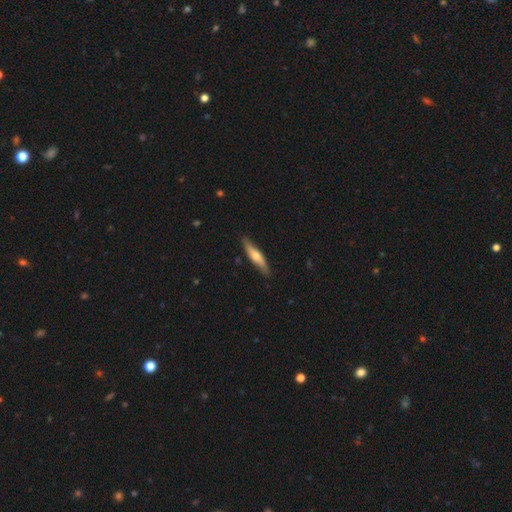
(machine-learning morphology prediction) This appears to be a featured or disk galaxy (50%). Merging: none (87%).